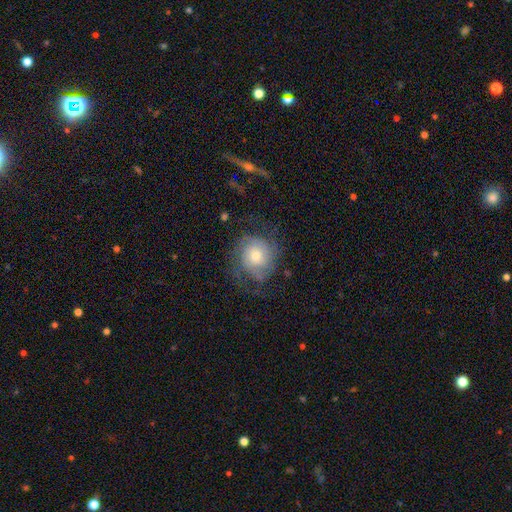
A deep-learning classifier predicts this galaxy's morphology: A featured or disk galaxy (64%) with no bar (78%), 2 (42%) tight (48%) spiral arms (87%) and a moderate central bulge (55%).

Vote fractions:
- Smooth or featured? featured or disk: 64% / smooth: 27% / star or artifact: 8%
- Edge-on disk? no: 97% / yes: 3%
- Bar? no: 78% / weak: 19% / strong: 4%
- Spiral arms? yes: 87% / no: 13%
- Spiral winding? tight: 48% / medium: 35% / loose: 17%
- Spiral arm count? 2: 42% / can't tell: 30% / 3: 14% / 1: 6% / 4: 5% / more than 4: 4%
- Bulge size? moderate: 55% / small: 34% / large: 7% / none: 2% / dominant: 2%
- Merging? none: 64% / minor disturbance: 18% / major disturbance: 17% / merger: 1%